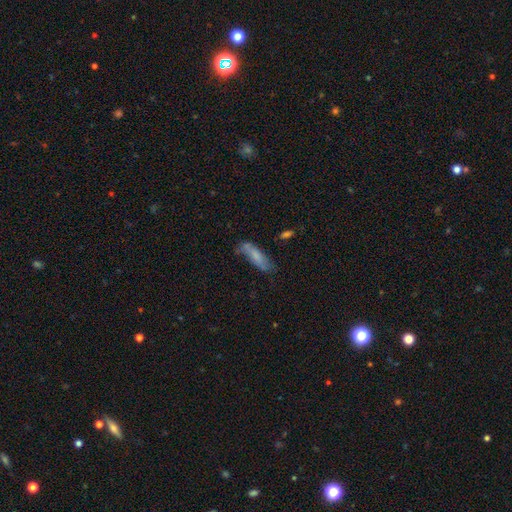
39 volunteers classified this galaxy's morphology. smooth_or_featured: smooth (p=0.72) [alt: featured or disk p=0.23]
how_rounded: cigar-shaped (p=0.68) [alt: in between p=0.29]
merging: none (p=0.59) [alt: minor disturbance p=0.27]